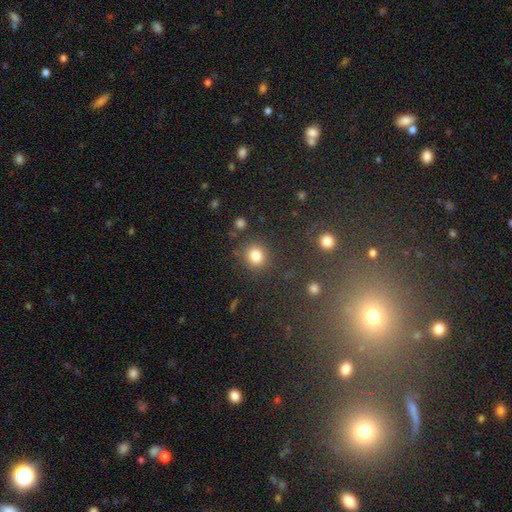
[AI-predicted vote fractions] Smooth or featured? Predicted: smooth (p=0.82). How rounded? Predicted: round (p=0.89). Merging? Predicted: none (p=0.84).